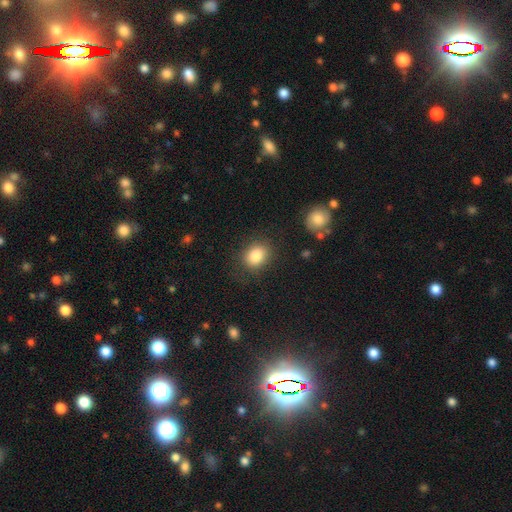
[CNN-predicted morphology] A smooth galaxy with no disk features (85%) that is round (56%).

Vote fractions:
- Smooth or featured? smooth: 85% / star or artifact: 9% / featured or disk: 7%
- How rounded? round: 56% / in between: 43% / cigar-shaped: 1%
- Merging? none: 81% / minor disturbance: 12% / major disturbance: 5% / merger: 2%